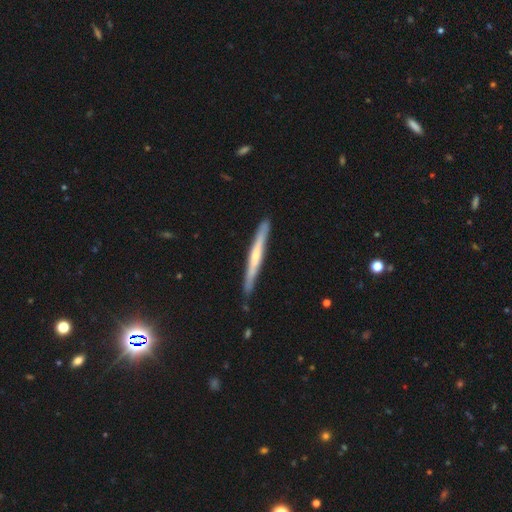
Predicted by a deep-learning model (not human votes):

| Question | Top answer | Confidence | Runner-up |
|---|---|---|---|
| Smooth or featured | featured or disk | 63% | smooth (32%) |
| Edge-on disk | yes | 96% | no (4%) |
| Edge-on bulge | rounded | 56% | none (38%) |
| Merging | none | 87% | minor disturbance (10%) |